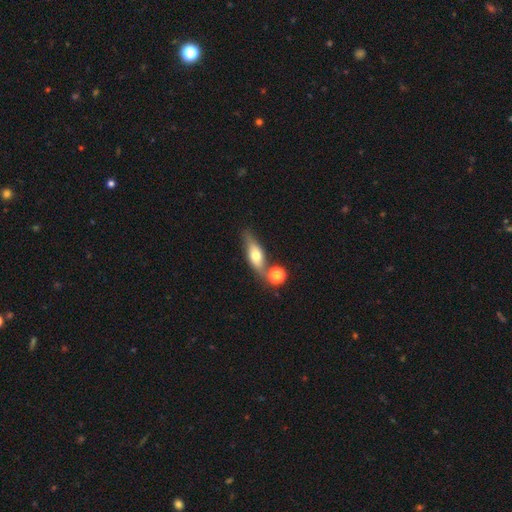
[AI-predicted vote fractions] Smooth or featured: smooth — 50% (featured or disk — 41%)
How rounded: in between — 58% (cigar-shaped — 34%)
Merging: none — 55% (merger — 23%)